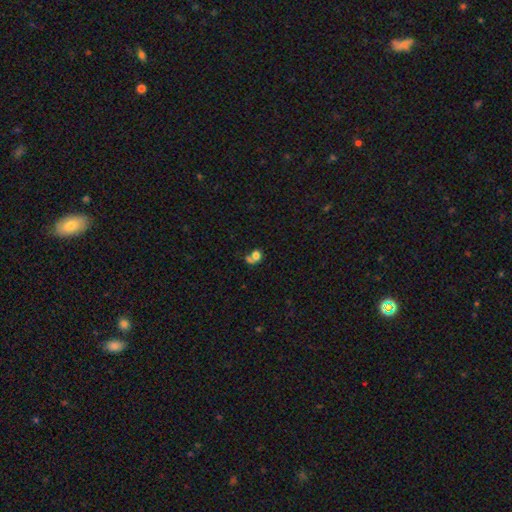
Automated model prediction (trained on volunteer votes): A smooth galaxy with no disk features (68%) that is round (67%).

Vote fractions:
- Smooth or featured? smooth: 68% / star or artifact: 18% / featured or disk: 14%
- How rounded? round: 67% / in between: 32% / cigar-shaped: 1%
- Merging? merger: 45% / none: 35% / major disturbance: 10% / minor disturbance: 10%